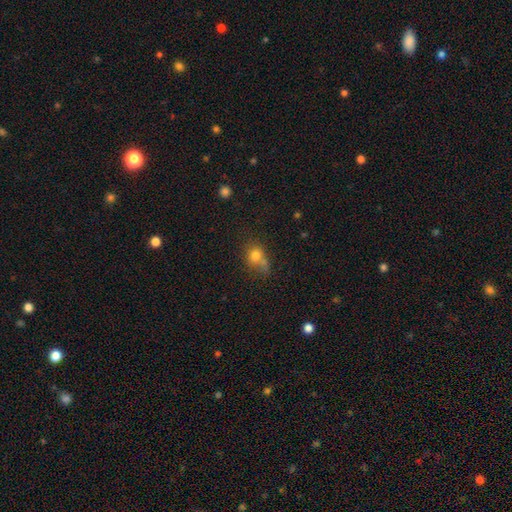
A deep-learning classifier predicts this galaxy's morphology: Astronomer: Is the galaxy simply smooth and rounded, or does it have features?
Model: smooth — 75%.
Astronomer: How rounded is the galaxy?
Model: round — 61% (runner-up: in between, 37%).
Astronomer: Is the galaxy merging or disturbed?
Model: none — 39% (runner-up: merger, 28%).